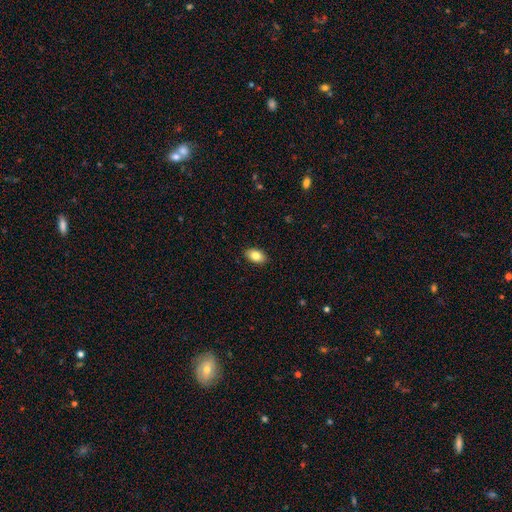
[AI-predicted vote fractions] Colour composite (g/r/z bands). It shows a smooth galaxy with no disk features (83%) that is in between round and cigar-shaped (89%). Merging: none (90%).